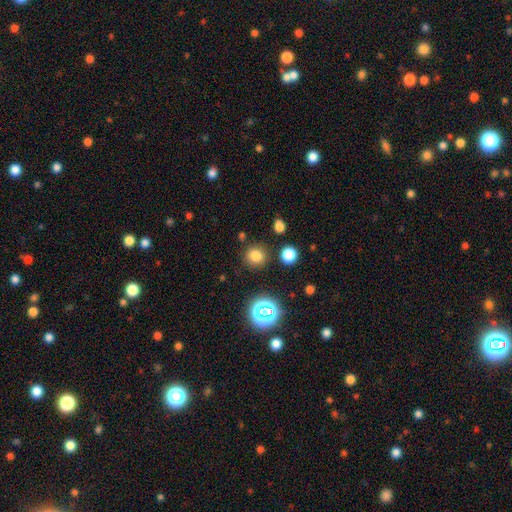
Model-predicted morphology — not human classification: A smooth galaxy with no disk features (75%) that is round (89%). Merging: none (85%).